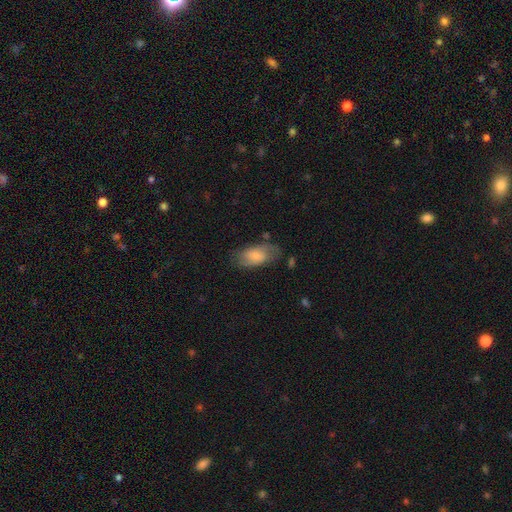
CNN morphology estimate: smooth-or-featured: smooth: 63% | featured or disk: 30% | star or artifact: 7%
  how-rounded: in between: 92% | cigar-shaped: 4% | round: 4%
  merging: none: 63% | minor disturbance: 25% | major disturbance: 10% | merger: 2%